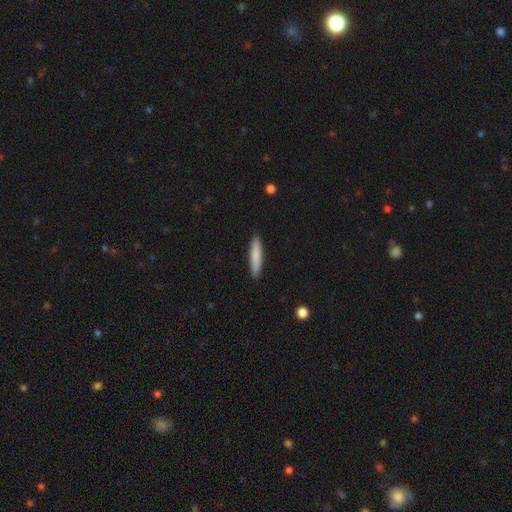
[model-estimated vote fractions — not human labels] A smooth galaxy with no disk features (78%) that is cigar-shaped (87%). Merging: none (90%).